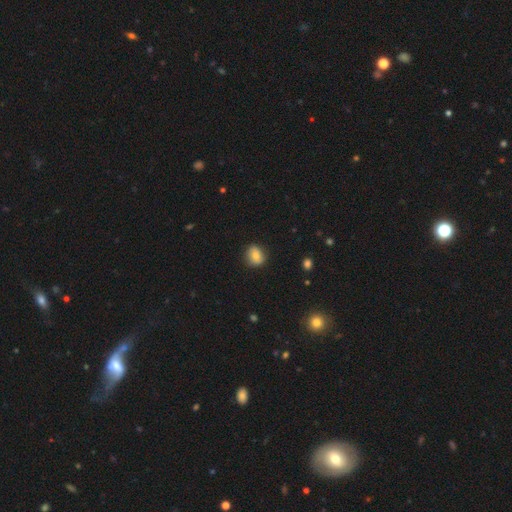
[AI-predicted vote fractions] Smooth or featured? Predicted: smooth (p=0.76). How rounded? Predicted: round (p=0.65). Merging? Predicted: none (p=0.82).